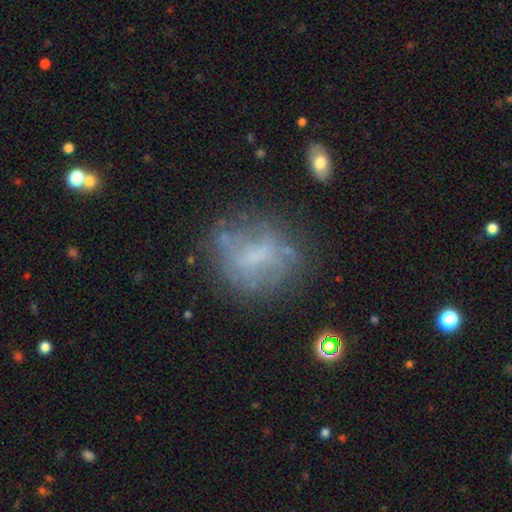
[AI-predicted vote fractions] This appears to be a featured or disk galaxy (47%). Merging: none (61%).